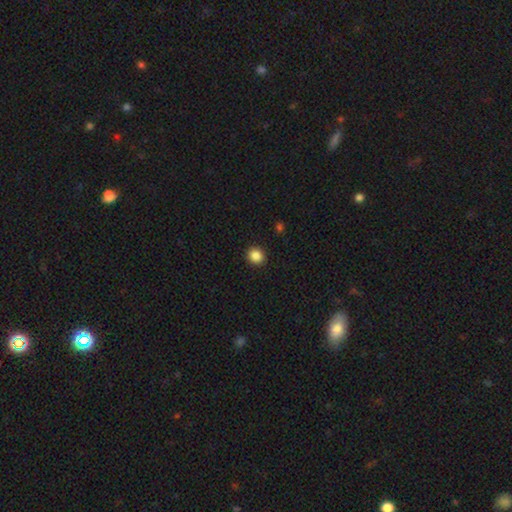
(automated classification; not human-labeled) Smooth or featured?
  - smooth: 87% *
  - star or artifact: 10%
  - featured or disk: 3%
How rounded?
  - round: 83% *
  - in between: 16%
  - cigar-shaped: 1%
Merging?
  - none: 92% *
  - minor disturbance: 5%
  - major disturbance: 2%
  - merger: 1%